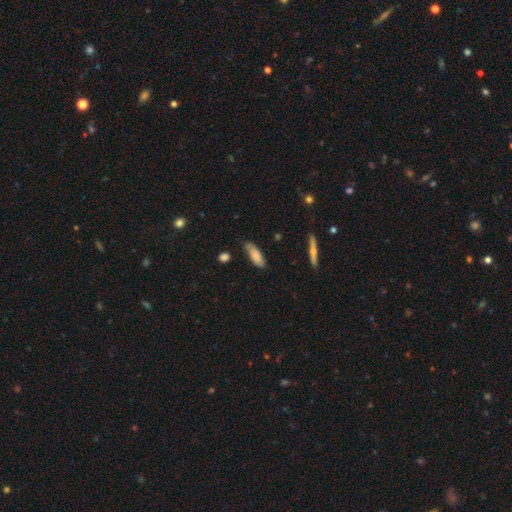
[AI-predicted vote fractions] Smooth or featured? Predicted: smooth (p=0.82). How rounded? Predicted: in between (p=0.62). Merging? Predicted: none (p=0.67).